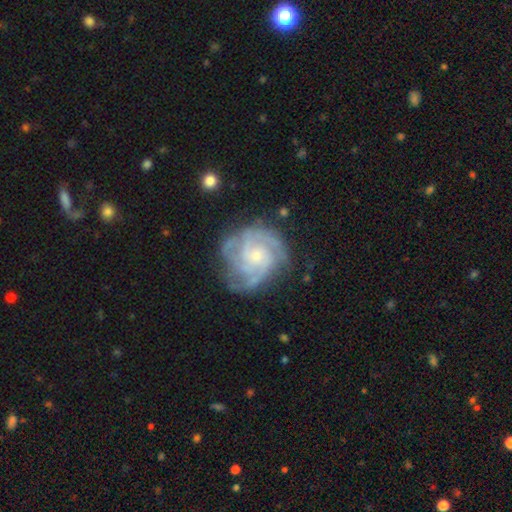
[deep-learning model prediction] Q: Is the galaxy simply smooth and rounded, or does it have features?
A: featured or disk — 88%.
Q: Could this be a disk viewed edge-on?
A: no — 98%.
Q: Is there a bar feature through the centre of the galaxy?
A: no — 70%.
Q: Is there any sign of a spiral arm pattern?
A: yes — 97%.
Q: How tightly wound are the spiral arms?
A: tight — 60%.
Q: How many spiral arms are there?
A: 3 — 39%.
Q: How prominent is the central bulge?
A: small — 65%.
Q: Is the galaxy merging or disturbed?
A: none — 70%.